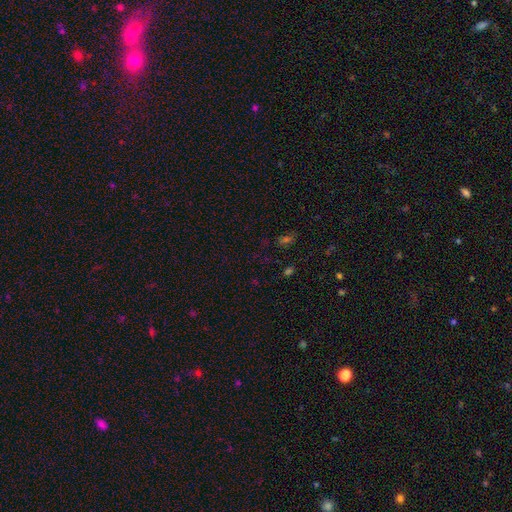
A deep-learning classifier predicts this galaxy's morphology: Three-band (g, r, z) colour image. It shows a star or artifact, not a galaxy (57%).